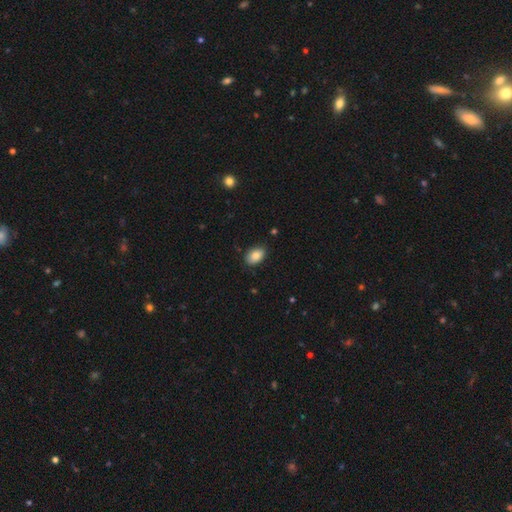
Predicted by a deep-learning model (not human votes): A smooth galaxy with no disk features (85%) that is in between round and cigar-shaped (86%). Merging: none (84%).